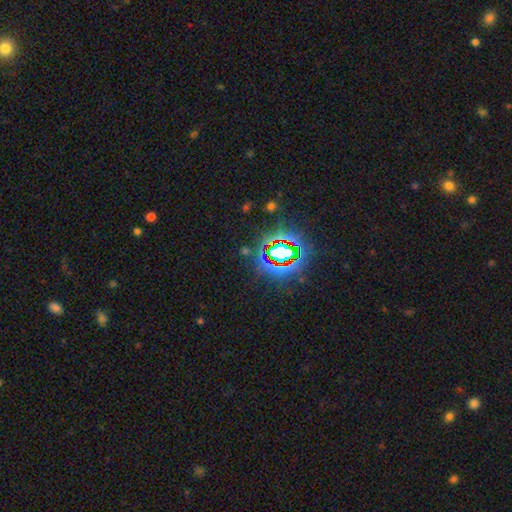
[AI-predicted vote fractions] Morphology: type=star or artifact (80%).